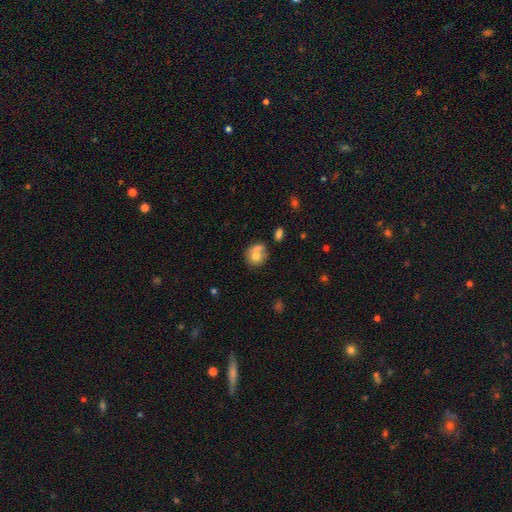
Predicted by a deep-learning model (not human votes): Morphology: type=smooth (71%); roundness=round (77%); merging=none (44%).